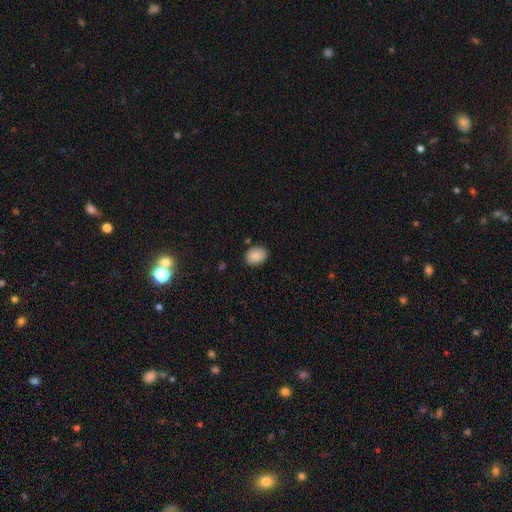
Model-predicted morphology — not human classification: Smooth or featured?
  - smooth: 88% *
  - star or artifact: 8%
  - featured or disk: 4%
How rounded?
  - in between: 62% *
  - round: 37%
  - cigar-shaped: 1%
Merging?
  - none: 86% *
  - minor disturbance: 10%
  - major disturbance: 2%
  - merger: 2%